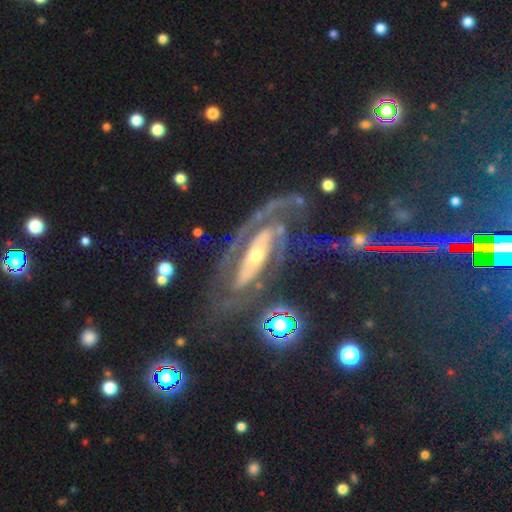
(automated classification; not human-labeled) Smooth or featured? Predicted: featured or disk (p=0.86). Edge-on disk? Predicted: no (p=0.92). Bar? Predicted: no (p=0.41). Spiral arms? Predicted: yes (p=0.88). Spiral winding? Predicted: tight (p=0.43). Spiral arm count? Predicted: 2 (p=0.70). Bulge size? Predicted: moderate (p=0.49). Merging? Predicted: none (p=0.58).